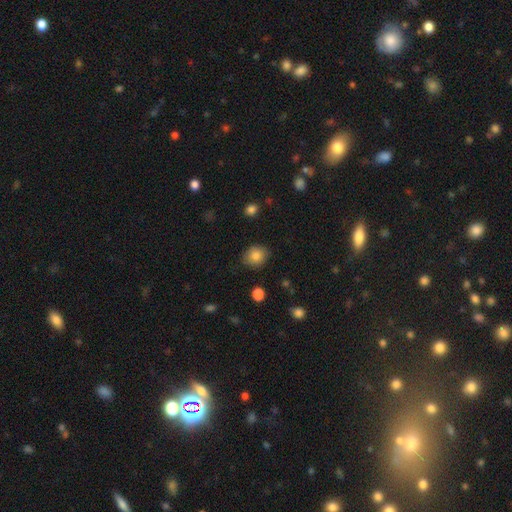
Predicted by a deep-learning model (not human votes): Q: Smooth or featured?
A: smooth (84%); runner-up: star or artifact (9%)
Q: How rounded?
A: round (67%); runner-up: in between (32%)
Q: Merging?
A: none (84%); runner-up: minor disturbance (12%)